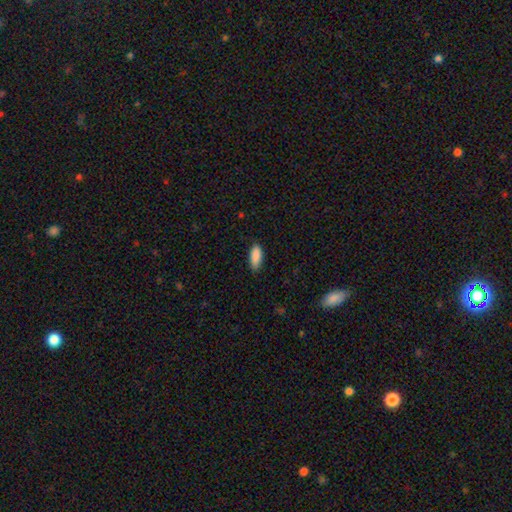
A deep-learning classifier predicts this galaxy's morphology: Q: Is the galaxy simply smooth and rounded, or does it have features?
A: smooth — 90%.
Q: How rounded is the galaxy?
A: in between — 80%.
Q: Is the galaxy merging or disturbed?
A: none — 84%.